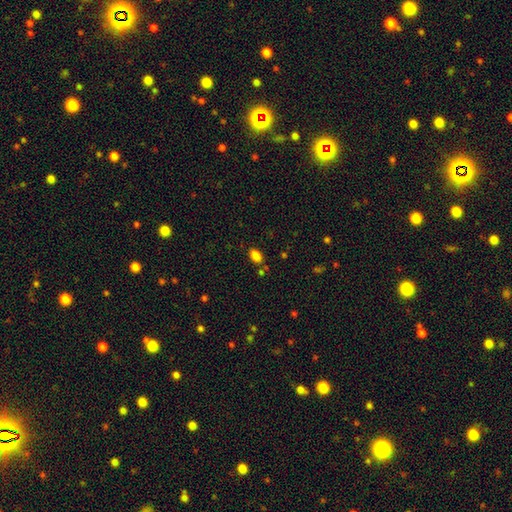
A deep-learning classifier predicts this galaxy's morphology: This is clearly a smooth galaxy (84%). How rounded: clearly in between (87%). Merging: likely none (77%).